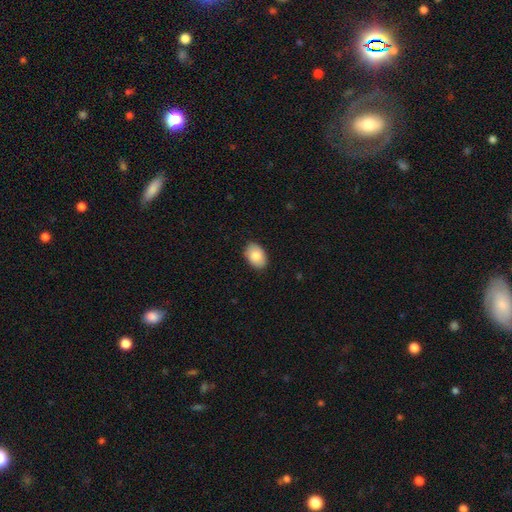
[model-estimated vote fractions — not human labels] Q: Smooth or featured?
A: smooth (82%); runner-up: featured or disk (11%)
Q: How rounded?
A: in between (86%); runner-up: round (13%)
Q: Merging?
A: none (88%); runner-up: minor disturbance (9%)